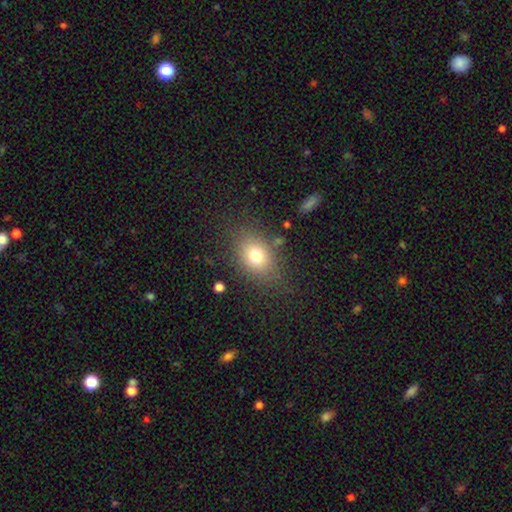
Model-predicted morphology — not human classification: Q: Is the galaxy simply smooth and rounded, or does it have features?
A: smooth — 74%.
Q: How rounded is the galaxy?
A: in between — 62%.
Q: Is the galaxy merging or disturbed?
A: none — 78%.